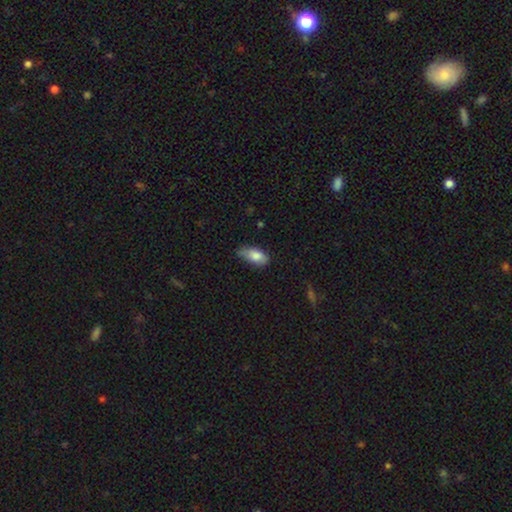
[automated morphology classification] The model was most divided on "merging": none: 49%, minor disturbance: 41%, major disturbance: 8%, merger: 2%. More confident: how rounded — in between (89%); smooth or featured — smooth (81%).